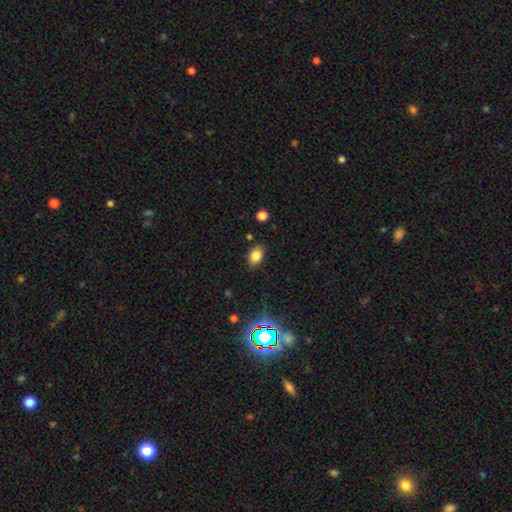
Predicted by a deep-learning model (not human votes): Overall: smooth (81%). How rounded: in between (85%). Merging: none (84%).